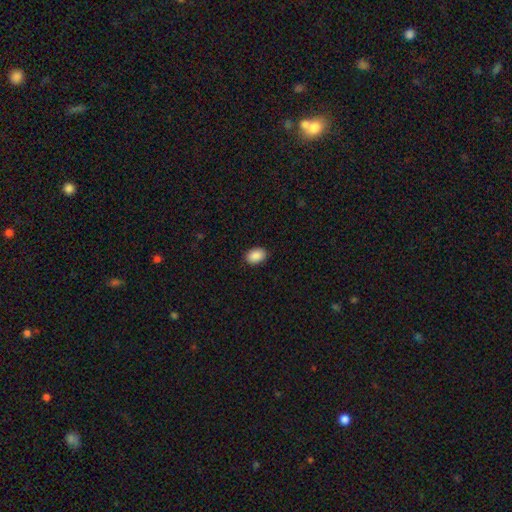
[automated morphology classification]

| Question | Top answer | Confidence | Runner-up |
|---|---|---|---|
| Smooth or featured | smooth | 90% | star or artifact (7%) |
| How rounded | in between | 83% | round (16%) |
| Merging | none | 89% | minor disturbance (8%) |